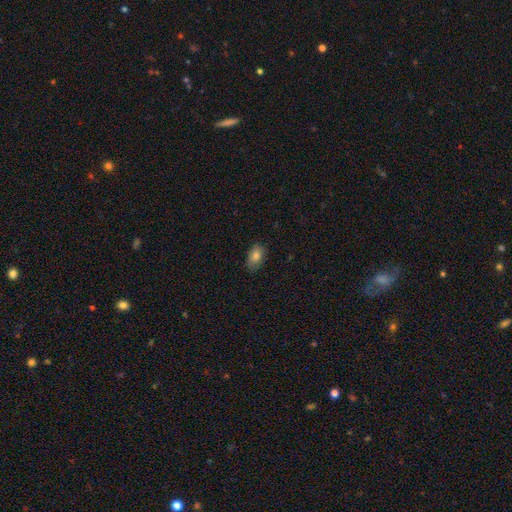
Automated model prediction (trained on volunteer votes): A smooth galaxy with no disk features (82%) that is in between round and cigar-shaped (90%). Merging: none (82%).